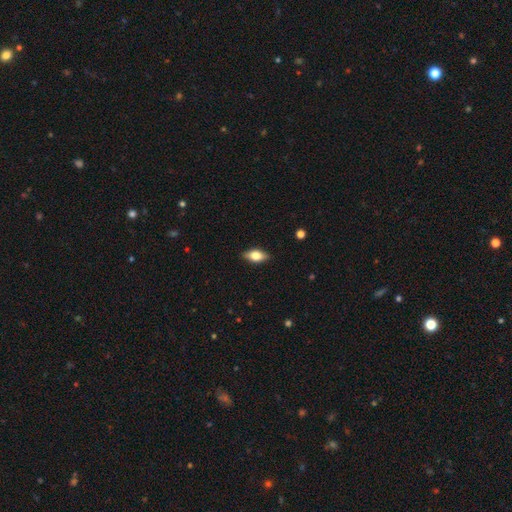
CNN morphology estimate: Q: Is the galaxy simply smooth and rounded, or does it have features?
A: smooth — 68%.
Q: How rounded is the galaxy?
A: in between — 85%.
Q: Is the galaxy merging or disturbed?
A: none — 87%.